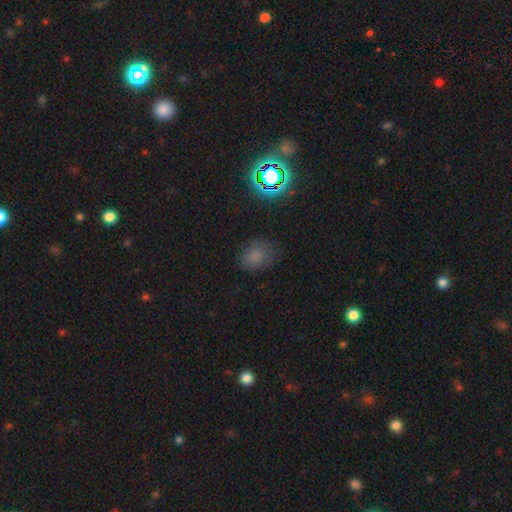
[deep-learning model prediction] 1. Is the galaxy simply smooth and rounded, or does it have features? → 71% smooth, 22% star or artifact, 8% featured or disk.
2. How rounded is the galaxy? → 58% in between, 40% round, 1% cigar-shaped.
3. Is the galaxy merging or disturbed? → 74% none, 18% minor disturbance, 6% major disturbance, 2% merger.